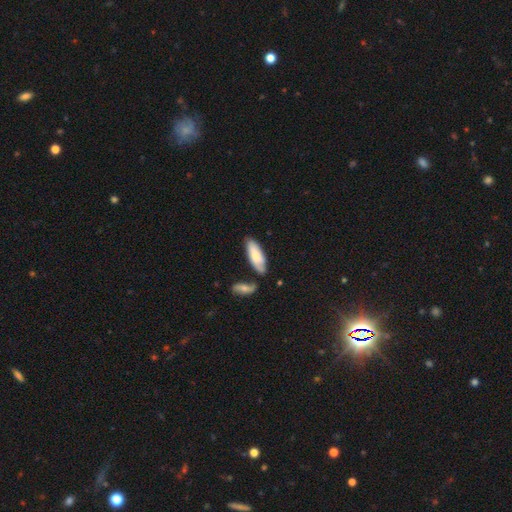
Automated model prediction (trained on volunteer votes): A smooth galaxy with no disk features (72%) that is in between round and cigar-shaped (66%).

Vote fractions:
- Smooth or featured? smooth: 72% / featured or disk: 22% / star or artifact: 6%
- How rounded? in between: 66% / cigar-shaped: 32% / round: 2%
- Merging? none: 59% / minor disturbance: 22% / merger: 14% / major disturbance: 5%